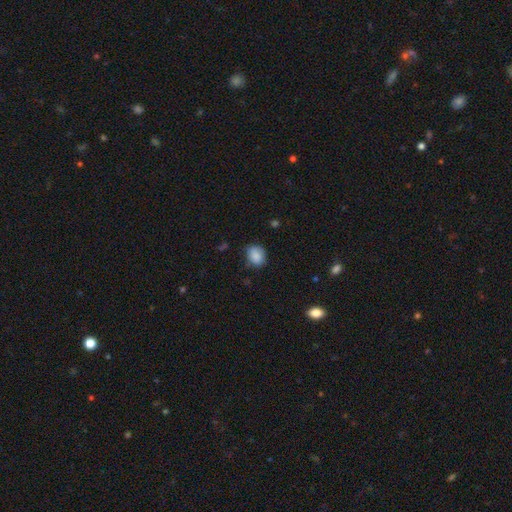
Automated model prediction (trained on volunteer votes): Smooth or featured? Predicted: smooth (p=0.87). How rounded? Predicted: round (p=0.50). Merging? Predicted: none (p=0.71).